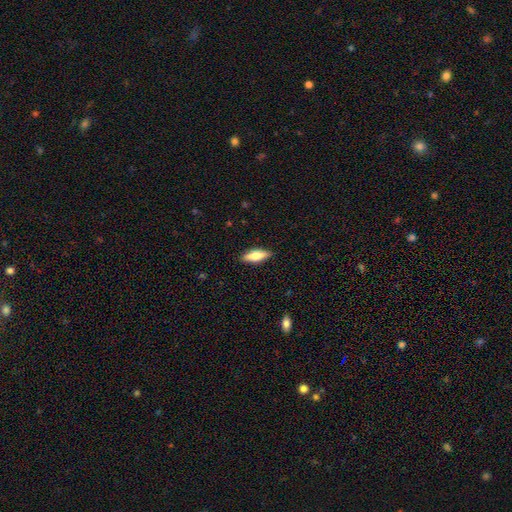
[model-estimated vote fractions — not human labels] Smooth or featured: smooth — 62% (featured or disk — 32%)
How rounded: in between — 53% (cigar-shaped — 44%)
Merging: none — 89% (minor disturbance — 8%)